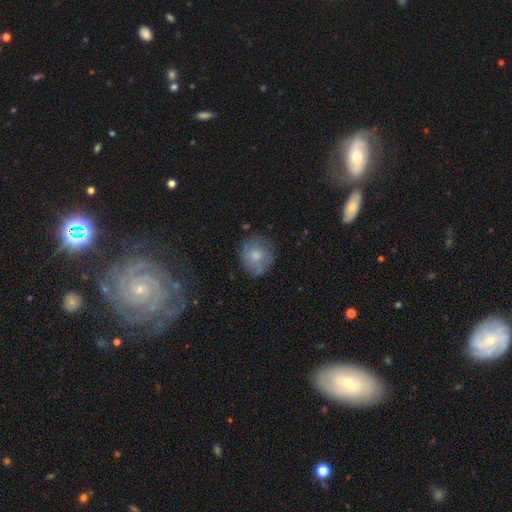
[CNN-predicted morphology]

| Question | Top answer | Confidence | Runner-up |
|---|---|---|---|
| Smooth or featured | smooth | 70% | featured or disk (23%) |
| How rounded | round | 86% | in between (13%) |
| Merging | none | 70% | minor disturbance (20%) |